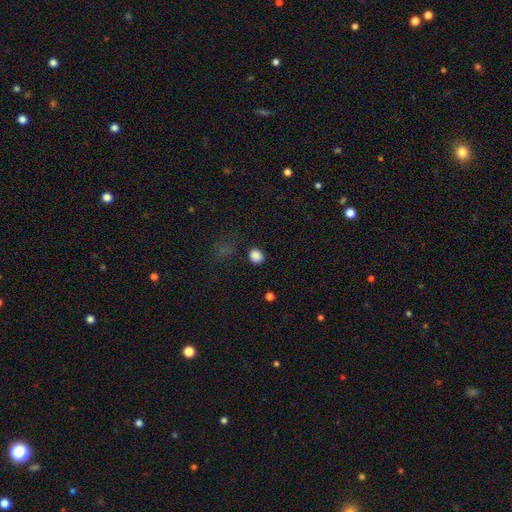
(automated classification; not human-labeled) smooth_or_featured: smooth (p=0.85) [alt: star or artifact p=0.12]
how_rounded: round (p=0.68) [alt: in between p=0.31]
merging: none (p=0.87) [alt: minor disturbance p=0.08]